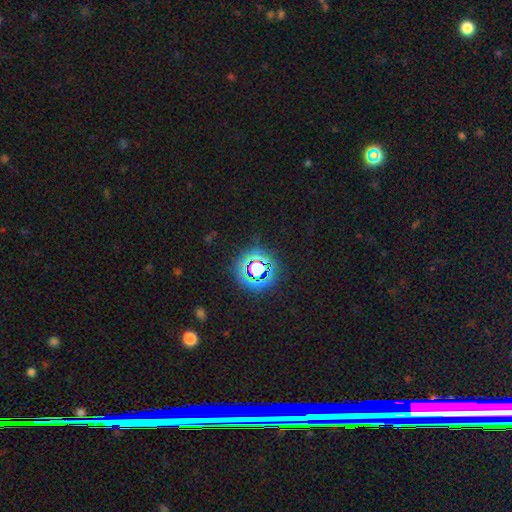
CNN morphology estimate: star or artifact 71%, smooth 19%, featured or disk 10%.